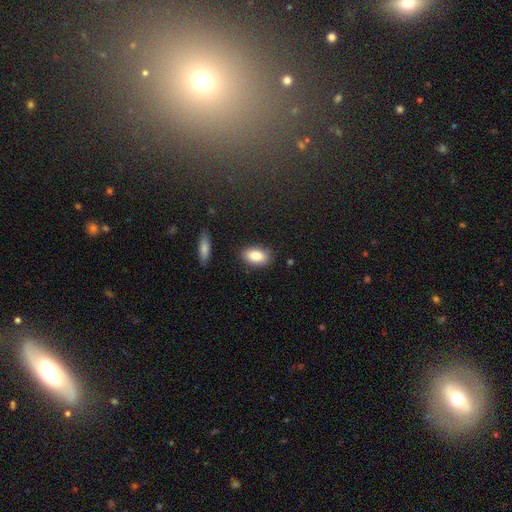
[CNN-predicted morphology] This is clearly a smooth galaxy (84%). How rounded: clearly in between (91%). Merging: clearly none (83%).